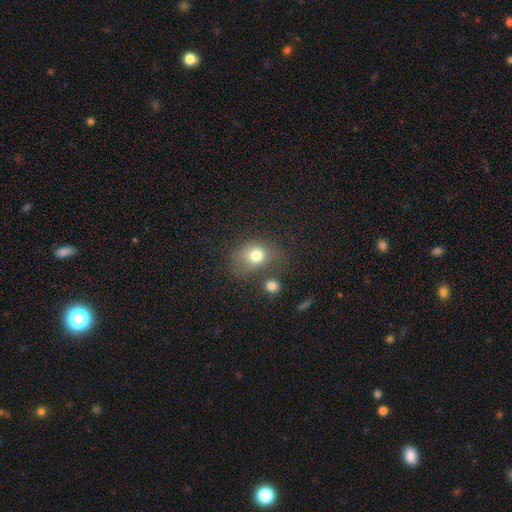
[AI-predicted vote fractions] This is likely a smooth galaxy (76%). How rounded: possibly round (52%). Merging: possibly none (48%).